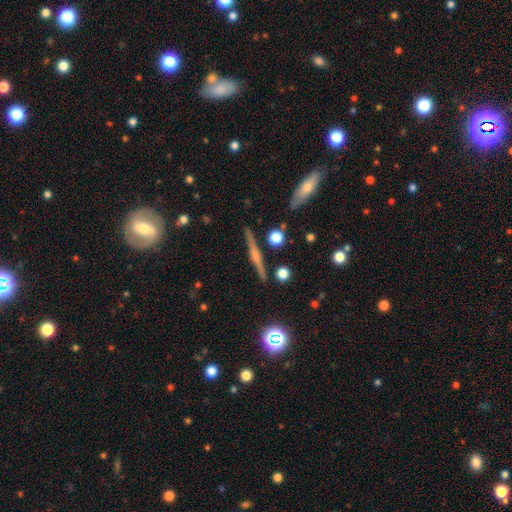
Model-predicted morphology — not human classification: Smooth or featured?
  - featured or disk: 73% *
  - smooth: 19%
  - star or artifact: 8%
Edge-on disk?
  - yes: 98% *
  - no: 2%
Edge-on bulge?
  - rounded: 78% *
  - boxy: 11%
  - none: 11%
Merging?
  - none: 90% *
  - minor disturbance: 6%
  - merger: 2%
  - major disturbance: 2%